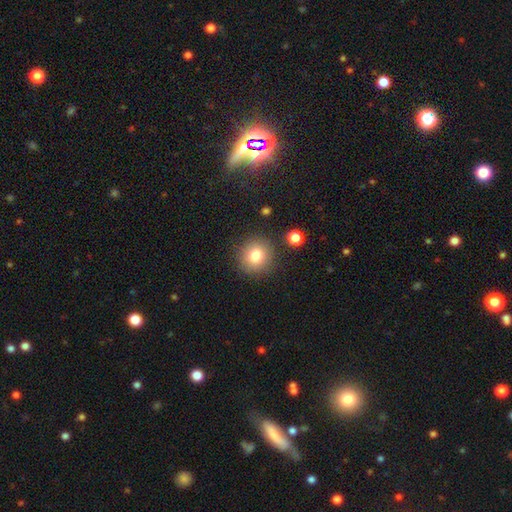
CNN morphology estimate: Smooth or featured? Predicted: smooth (p=0.80). How rounded? Predicted: round (p=0.90). Merging? Predicted: none (p=0.86).